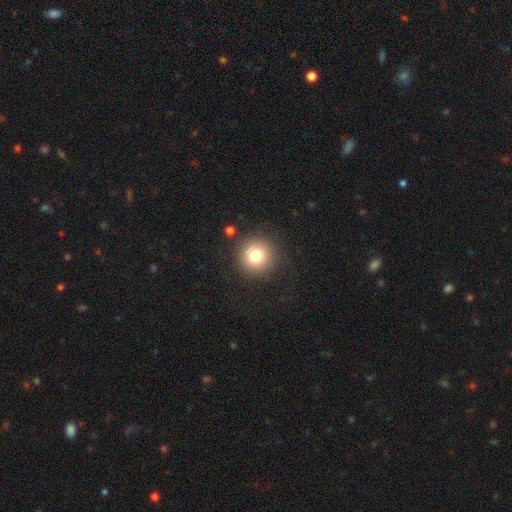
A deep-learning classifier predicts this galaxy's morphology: Smooth or featured? Predicted: smooth (p=0.79). How rounded? Predicted: round (p=0.95). Merging? Predicted: none (p=0.87).